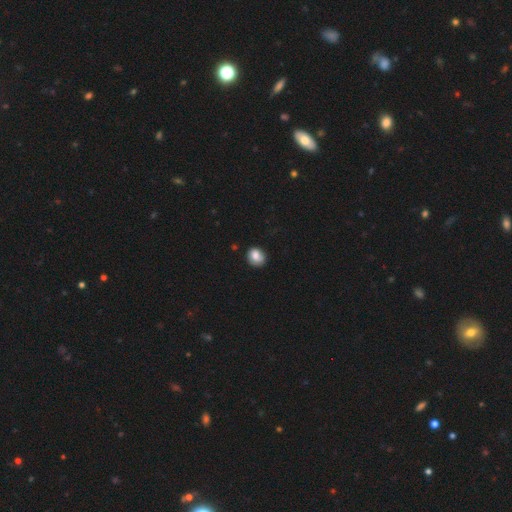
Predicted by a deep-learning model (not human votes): A smooth galaxy with no disk features (77%) that is round (68%). Merging: none (73%).